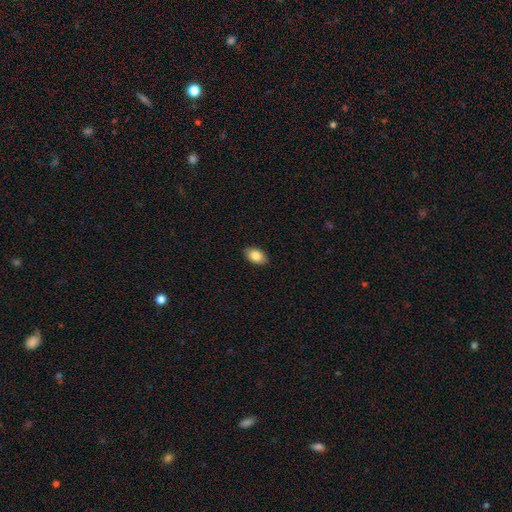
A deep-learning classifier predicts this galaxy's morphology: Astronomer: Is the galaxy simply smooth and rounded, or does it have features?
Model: smooth — 84%.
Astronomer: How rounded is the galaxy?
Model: in between — 91%.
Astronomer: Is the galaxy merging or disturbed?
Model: none — 88%.